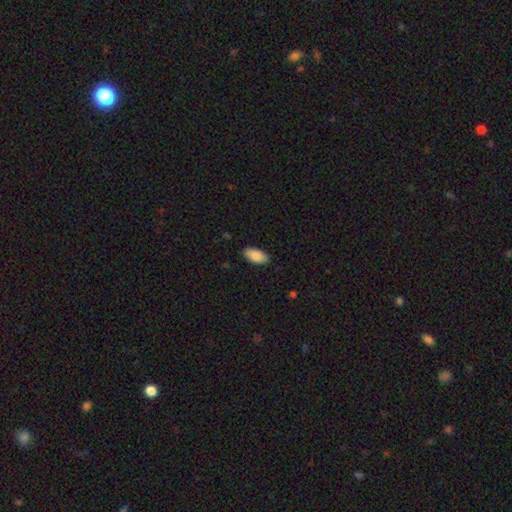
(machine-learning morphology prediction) Smooth or featured: smooth — 89% (star or artifact — 6%)
How rounded: in between — 94% (cigar-shaped — 4%)
Merging: none — 88% (minor disturbance — 9%)